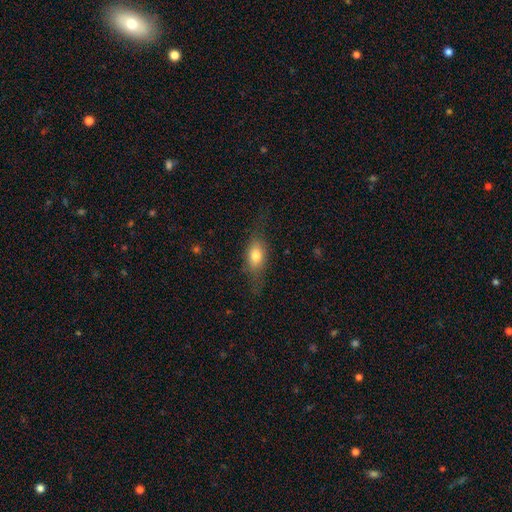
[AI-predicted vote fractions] smooth_or_featured: smooth (p=0.69) [alt: featured or disk p=0.23]
how_rounded: in between (p=0.77) [alt: cigar-shaped p=0.13]
merging: none (p=0.61) [alt: minor disturbance p=0.23]